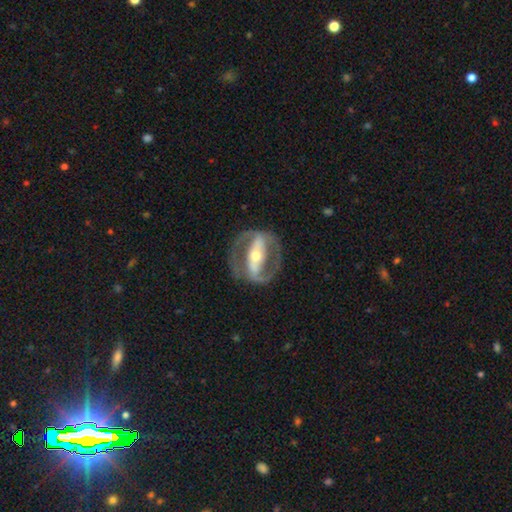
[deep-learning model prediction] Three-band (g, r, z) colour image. It shows a featured or disk galaxy (87%) with a strong bar (75%), 2 (87%) medium (46%) spiral arms (72%) and a moderate central bulge (56%). Merging: none (80%).